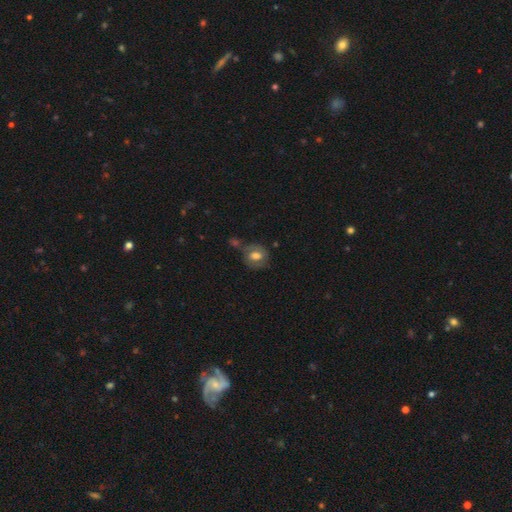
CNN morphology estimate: smooth-or-featured: smooth: 57% | featured or disk: 34% | star or artifact: 9%
  how-rounded: round: 50% | in between: 49% | cigar-shaped: 2%
  merging: none: 56% | minor disturbance: 20% | merger: 15% | major disturbance: 10%